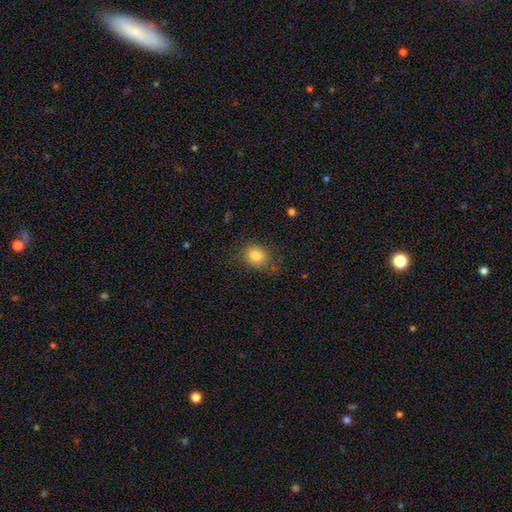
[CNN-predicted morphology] type=smooth (83%); roundness=round (55%); merging=none (72%).